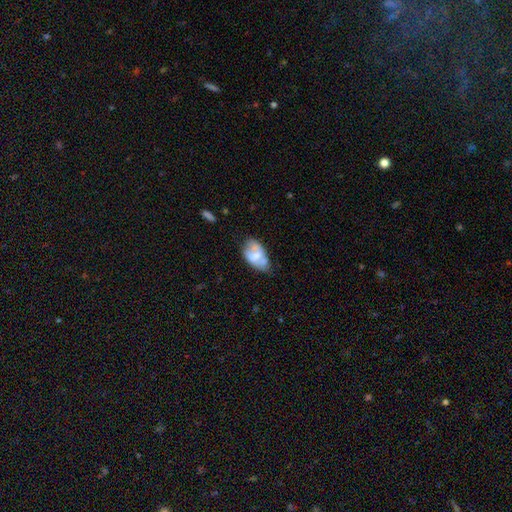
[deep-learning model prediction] Smooth or featured: smooth — 54% (featured or disk — 39%)
How rounded: in between — 91% (round — 7%)
Merging: none — 43% (minor disturbance — 32%)